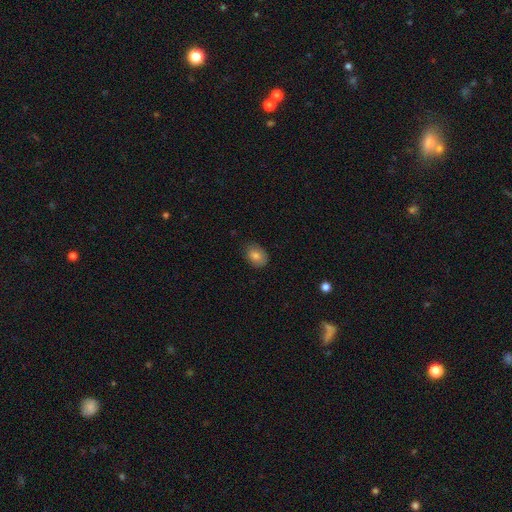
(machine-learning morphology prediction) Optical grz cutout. It shows a smooth galaxy with no disk features (82%) that is in between round and cigar-shaped (73%). Merging: none (79%).